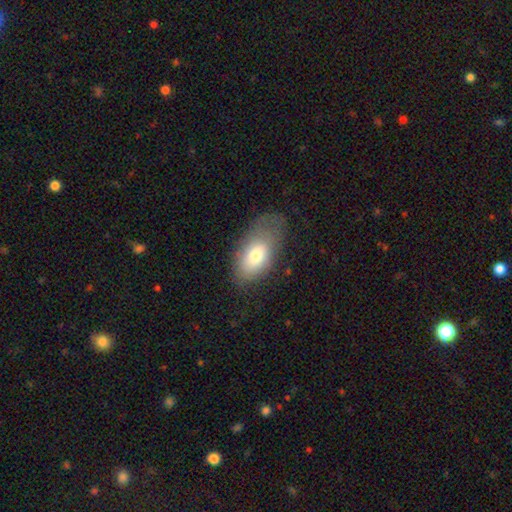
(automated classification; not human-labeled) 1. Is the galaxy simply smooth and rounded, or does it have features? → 72% smooth, 19% featured or disk, 8% star or artifact.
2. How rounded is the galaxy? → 92% in between, 6% round, 3% cigar-shaped.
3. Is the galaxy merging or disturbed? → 55% none, 28% minor disturbance, 16% major disturbance, 2% merger.